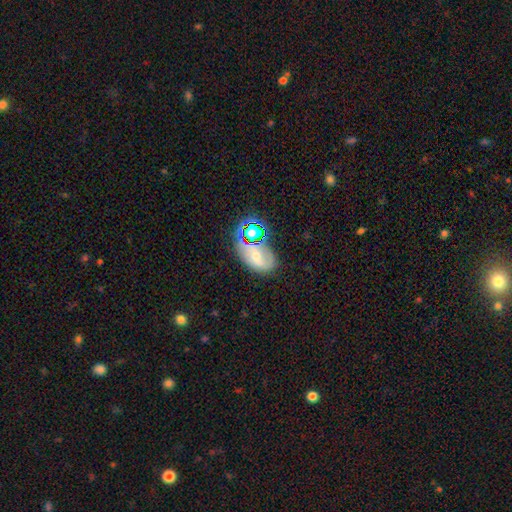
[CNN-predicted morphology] Smooth or featured: smooth — 42% (featured or disk — 37%)
Merging: none — 59% (minor disturbance — 21%)